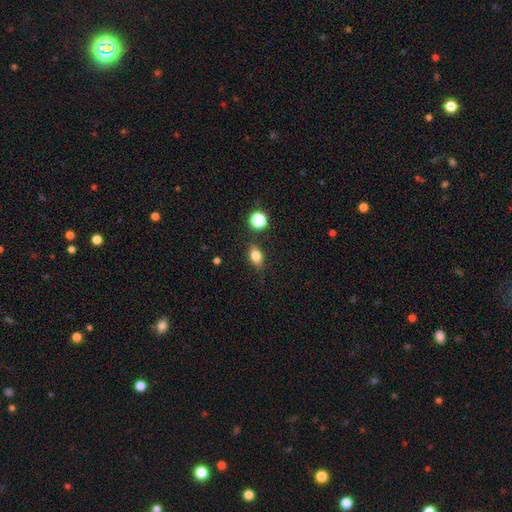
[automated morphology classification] Smooth or featured? Predicted: smooth (p=0.80). How rounded? Predicted: in between (p=0.78). Merging? Predicted: none (p=0.83).